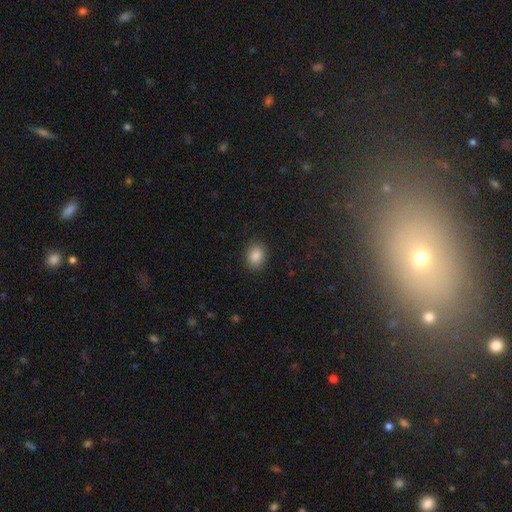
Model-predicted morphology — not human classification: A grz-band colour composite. It shows a smooth galaxy with no disk features (86%) that is round (52%). Merging: none (88%).